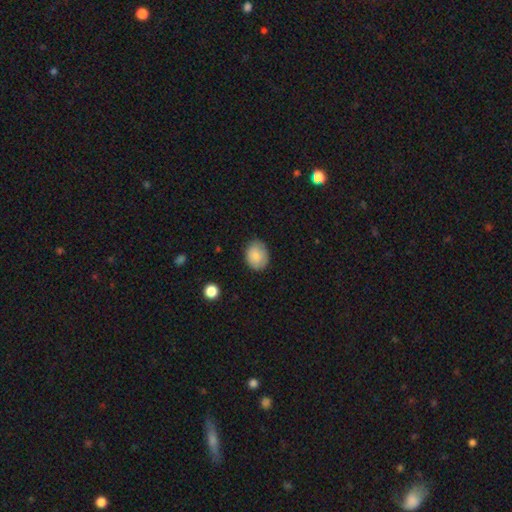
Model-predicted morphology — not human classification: Overall: smooth (83%). How rounded: in between (54%; round 45%). Merging: none (80%).